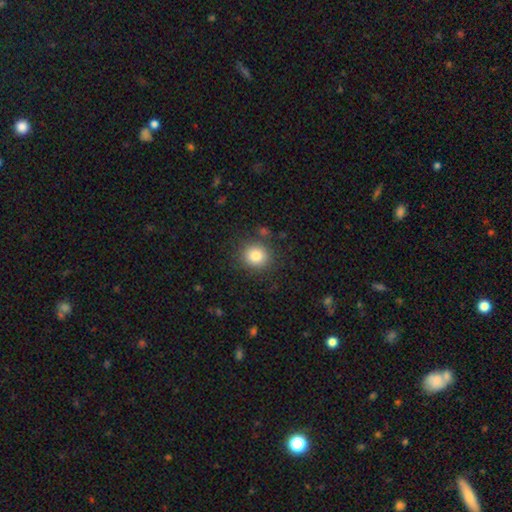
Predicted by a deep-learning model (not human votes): The model was most divided on "smooth or featured": smooth: 82%, star or artifact: 11%, featured or disk: 7%. More confident: how rounded — round (86%); merging — none (85%).